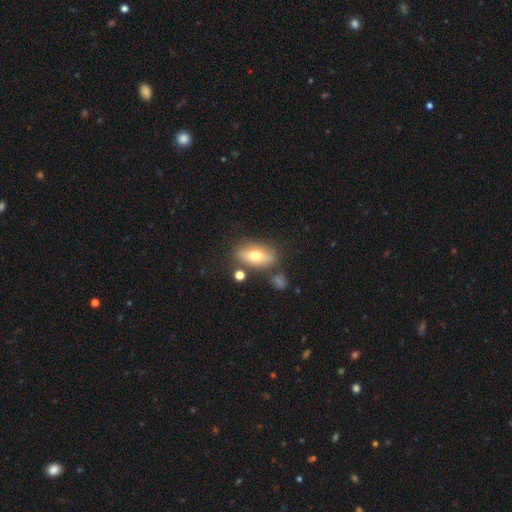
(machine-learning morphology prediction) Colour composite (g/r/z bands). It shows a smooth galaxy with no disk features (64%) that is in between round and cigar-shaped (82%). Merging: none (72%).